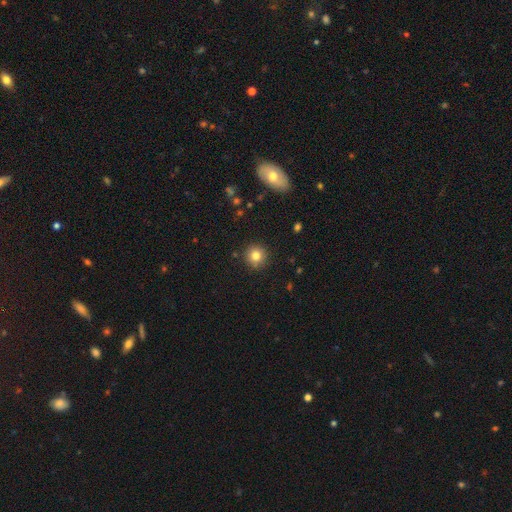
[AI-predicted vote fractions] The model was most divided on "smooth or featured": smooth: 81%, star or artifact: 11%, featured or disk: 8%. More confident: how rounded — round (94%); merging — none (90%).